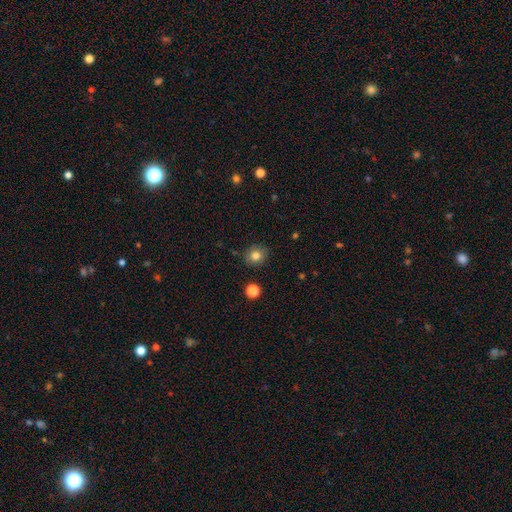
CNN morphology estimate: This is clearly a smooth galaxy (81%). How rounded: likely round (79%). Merging: clearly none (87%).